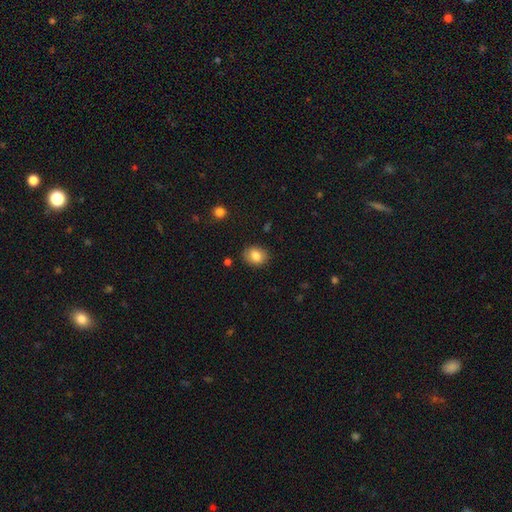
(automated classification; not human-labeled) Smooth or featured? smooth (83%)
How rounded? in between (52%)
Merging? none (85%)